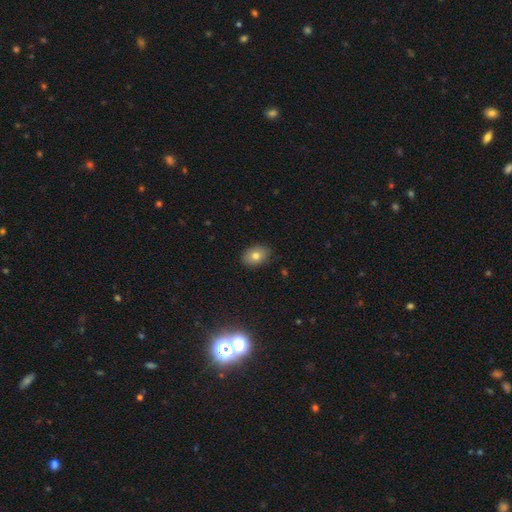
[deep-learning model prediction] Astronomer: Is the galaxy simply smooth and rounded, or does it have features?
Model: smooth — 76%.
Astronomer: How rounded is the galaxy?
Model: in between — 78%.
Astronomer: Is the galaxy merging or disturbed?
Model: none — 86%.